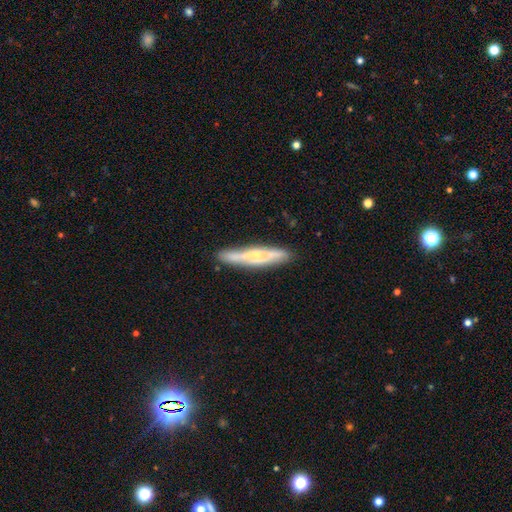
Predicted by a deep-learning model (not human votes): This is possibly a featured or disk galaxy (57%). It is clearly viewed edge-on (86%). Merging: clearly none (83%).